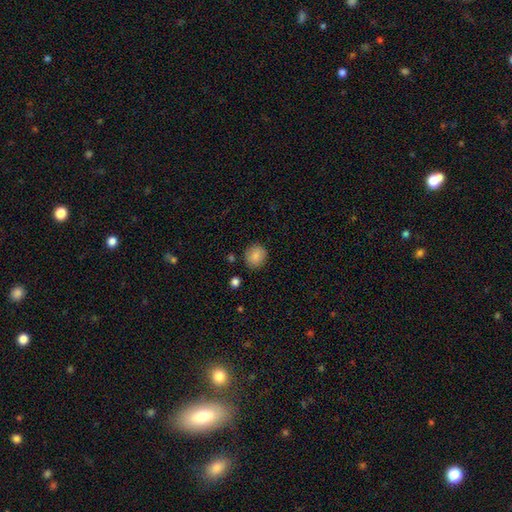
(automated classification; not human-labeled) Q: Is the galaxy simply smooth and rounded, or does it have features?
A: smooth — 85%.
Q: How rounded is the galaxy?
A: round — 78%.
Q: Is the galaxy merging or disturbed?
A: none — 85%.